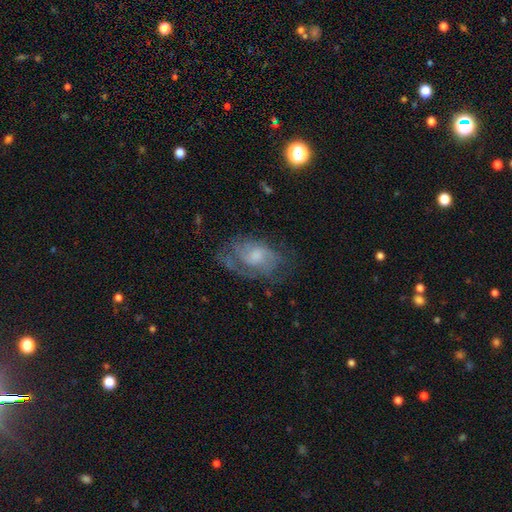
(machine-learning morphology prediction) smooth-or-featured: featured or disk: 64% | smooth: 28% | star or artifact: 9%
  disk-edge-on: no: 96% | yes: 4%
    bar: no: 63% | weak: 33% | strong: 4%
    has-spiral-arms: yes: 78% | no: 22%
    bulge-size: moderate: 39% | small: 38% | none: 14% | large: 7% | dominant: 1%
  merging: none: 54% | minor disturbance: 24% | major disturbance: 20% | merger: 2%